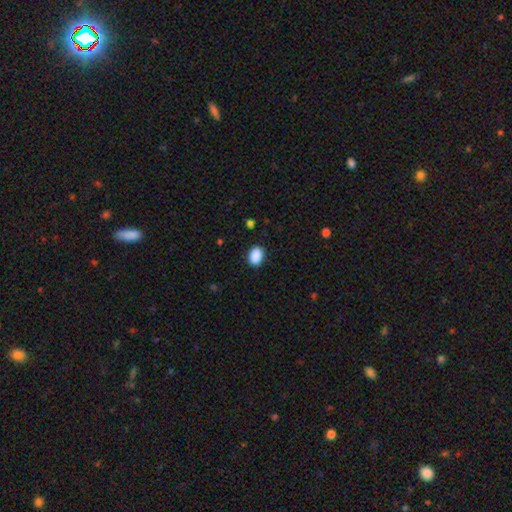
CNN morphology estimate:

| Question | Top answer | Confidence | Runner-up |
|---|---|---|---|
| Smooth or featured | smooth | 90% | star or artifact (8%) |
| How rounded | in between | 78% | round (21%) |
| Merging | none | 88% | minor disturbance (9%) |